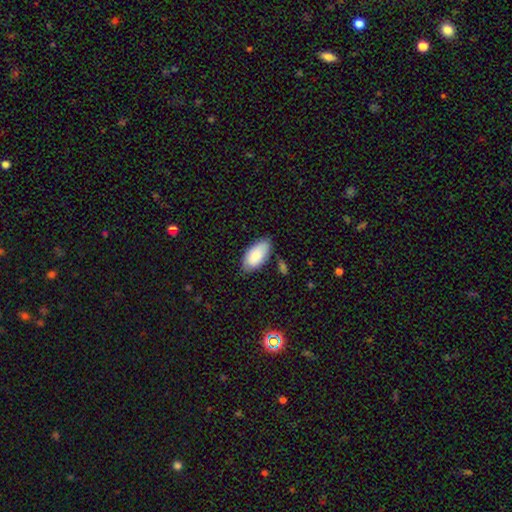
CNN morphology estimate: Smooth or featured? smooth (85%)
How rounded? in between (95%)
Merging? none (73%)